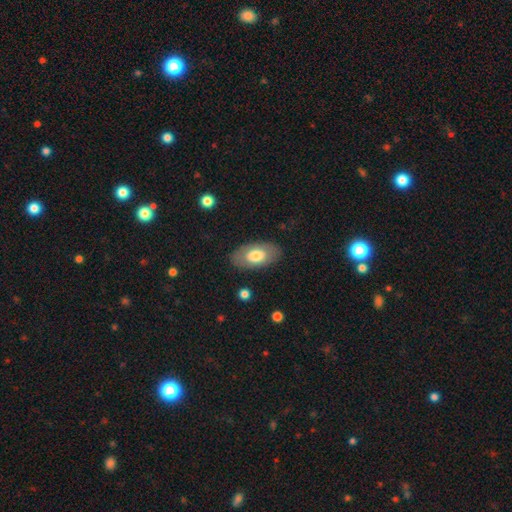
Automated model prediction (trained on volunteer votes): This is likely a smooth galaxy (66%). How rounded: clearly in between (93%). Merging: clearly none (84%).